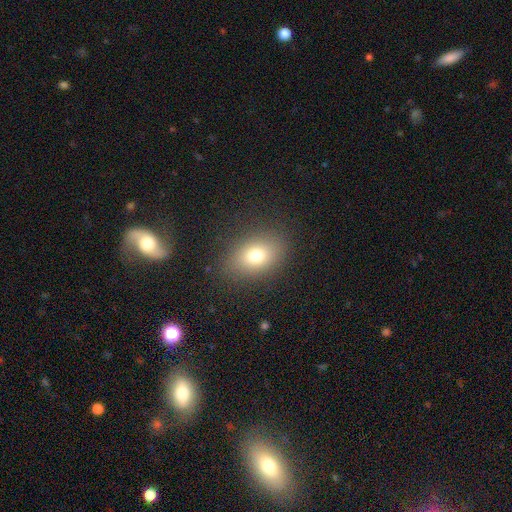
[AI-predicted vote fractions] Smooth or featured: smooth — 75% (star or artifact — 13%)
How rounded: in between — 73% (round — 26%)
Merging: none — 85% (minor disturbance — 10%)